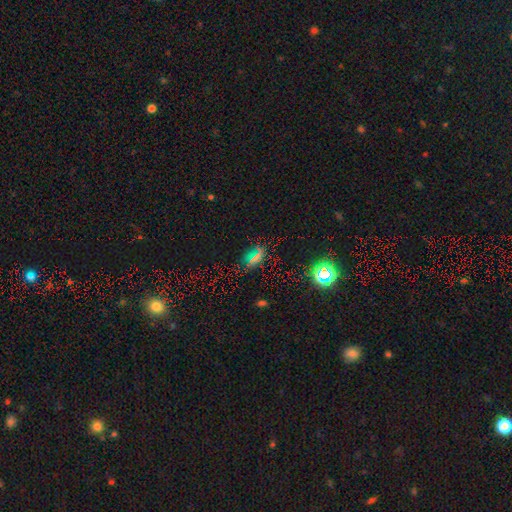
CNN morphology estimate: Overall: star or artifact (46%; smooth 43%).